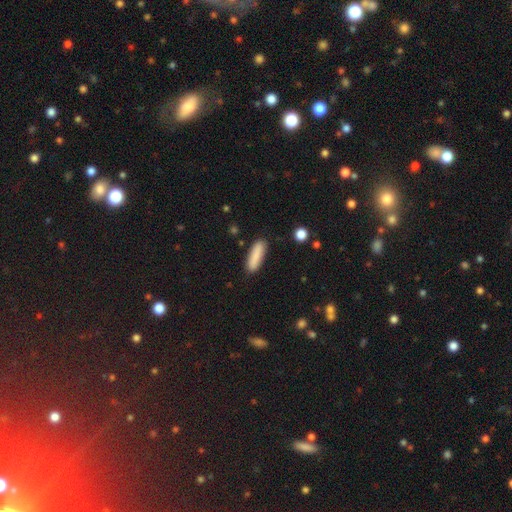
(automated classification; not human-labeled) Smooth or featured?
  - smooth: 87% *
  - featured or disk: 7%
  - star or artifact: 6%
How rounded?
  - cigar-shaped: 64% *
  - in between: 35%
  - round: 2%
Merging?
  - none: 86% *
  - minor disturbance: 10%
  - major disturbance: 2%
  - merger: 2%